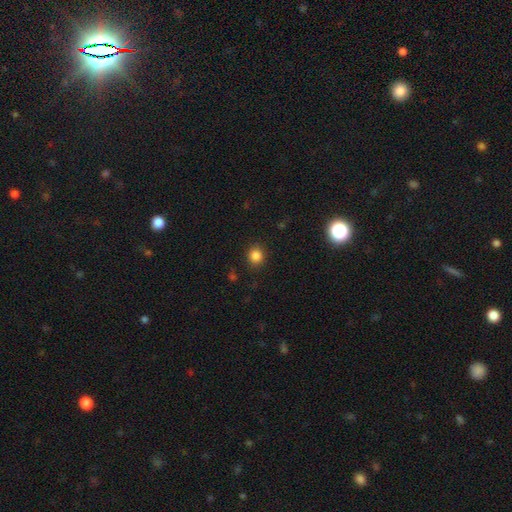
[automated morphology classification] The model was most divided on "how rounded": round: 86%, in between: 14%, cigar-shaped: 1%. More confident: merging — none (89%); smooth or featured — smooth (84%).